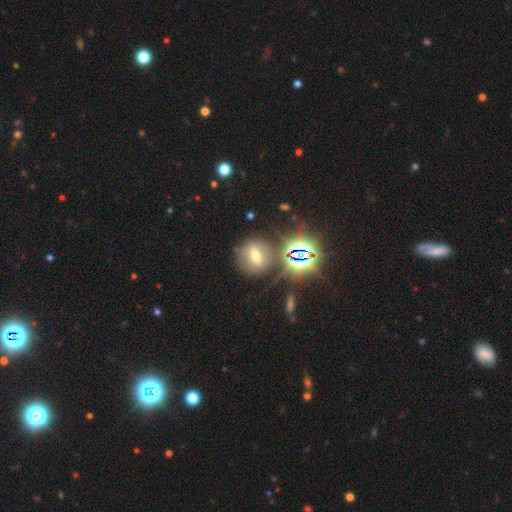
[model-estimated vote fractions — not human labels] Smooth or featured? smooth (38%)
Merging? none (76%)